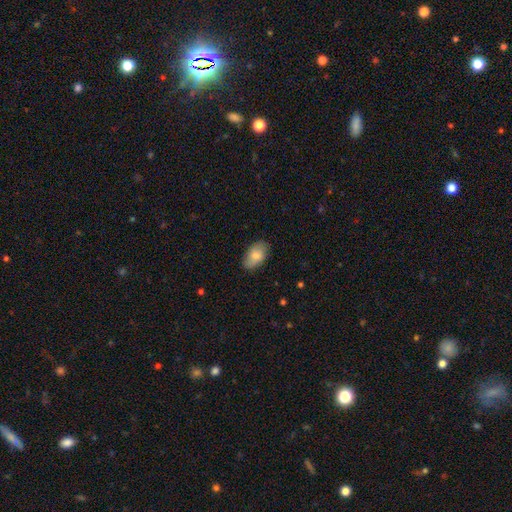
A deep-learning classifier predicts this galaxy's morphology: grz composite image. It shows a smooth galaxy with no disk features (76%) that is in between round and cigar-shaped (92%). Merging: none (78%).